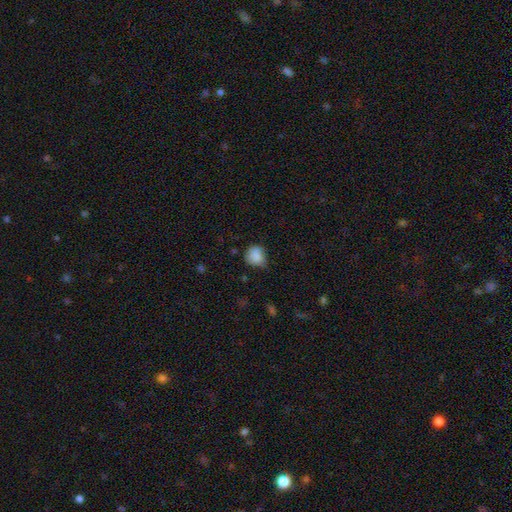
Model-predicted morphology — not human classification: Smooth or featured?
  - smooth: 85% *
  - star or artifact: 9%
  - featured or disk: 6%
How rounded?
  - round: 75% *
  - in between: 24%
  - cigar-shaped: 1%
Merging?
  - none: 54% *
  - minor disturbance: 35%
  - major disturbance: 8%
  - merger: 3%